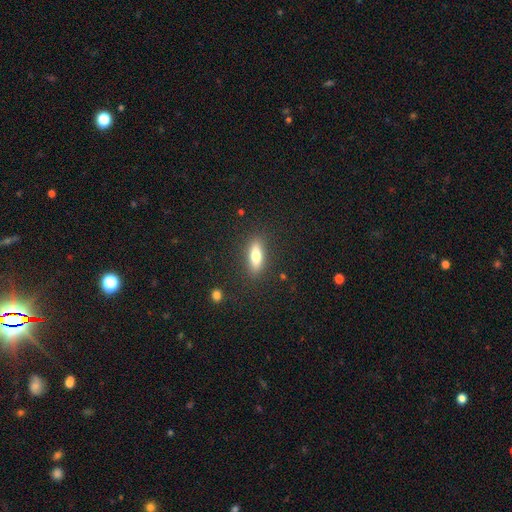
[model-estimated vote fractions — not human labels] Smooth or featured: smooth — 71% (featured or disk — 21%)
How rounded: in between — 59% (cigar-shaped — 37%)
Merging: none — 86% (minor disturbance — 10%)